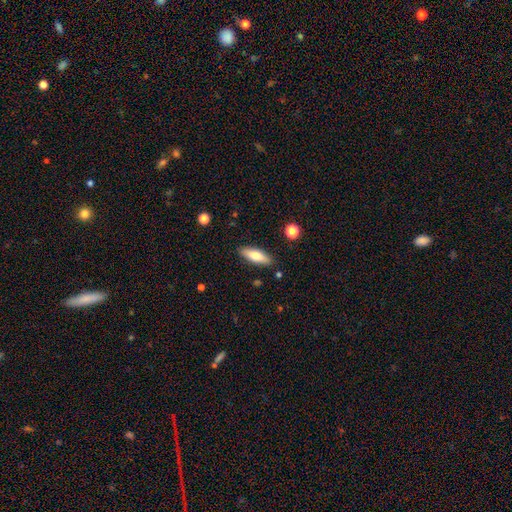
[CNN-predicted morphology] This appears to be a smooth galaxy with no disk features (70%) that is in between round and cigar-shaped (52%). Merging: none (86%).